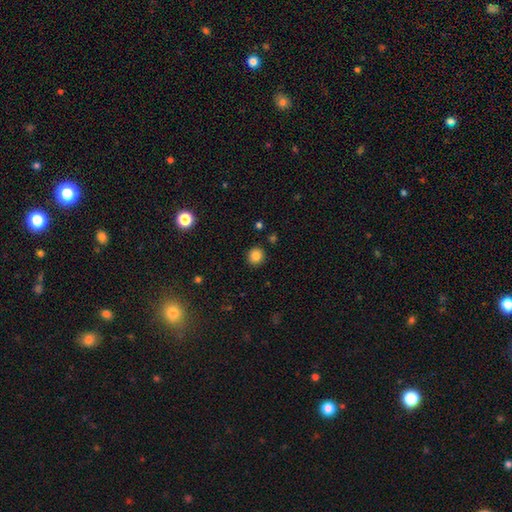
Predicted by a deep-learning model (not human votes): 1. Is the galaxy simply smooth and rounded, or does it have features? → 85% smooth, 11% star or artifact, 5% featured or disk.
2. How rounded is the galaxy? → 91% round, 8% in between, 1% cigar-shaped.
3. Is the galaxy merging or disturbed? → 91% none, 6% minor disturbance, 2% major disturbance, 2% merger.